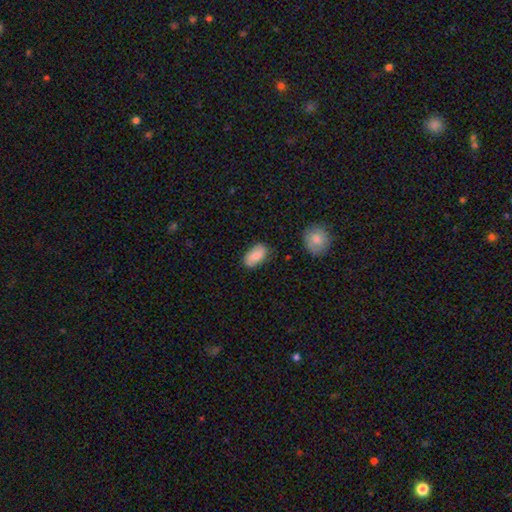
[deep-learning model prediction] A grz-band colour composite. It shows a smooth galaxy with no disk features (75%) that is in between round and cigar-shaped (93%). Merging: none (78%).